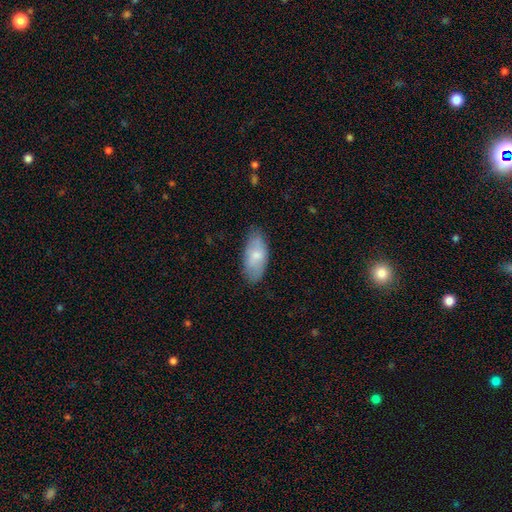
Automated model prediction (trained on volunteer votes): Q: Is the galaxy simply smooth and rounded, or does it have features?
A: smooth — 72%.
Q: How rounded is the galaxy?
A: in between — 91%.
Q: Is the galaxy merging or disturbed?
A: none — 76%.